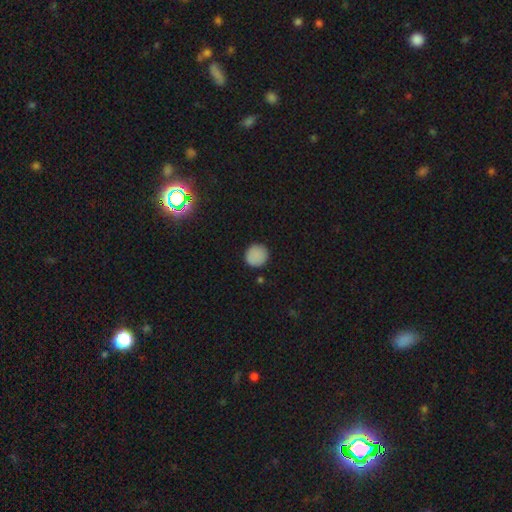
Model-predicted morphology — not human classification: The model was most divided on "smooth or featured": smooth: 87%, star or artifact: 9%, featured or disk: 4%. More confident: how rounded — round (94%); merging — none (90%).